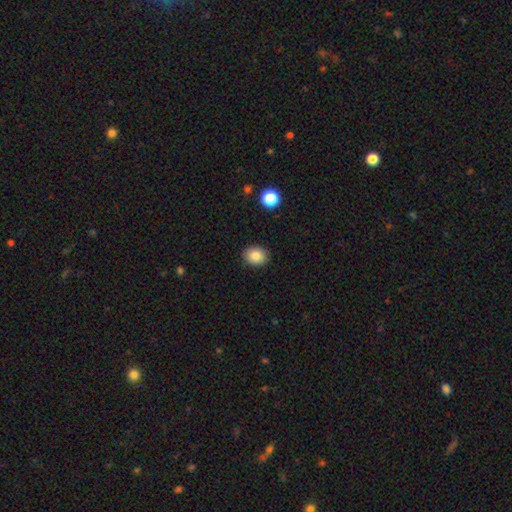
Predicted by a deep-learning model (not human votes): This is clearly a smooth galaxy (85%). How rounded: possibly round (58%). Merging: clearly none (89%).